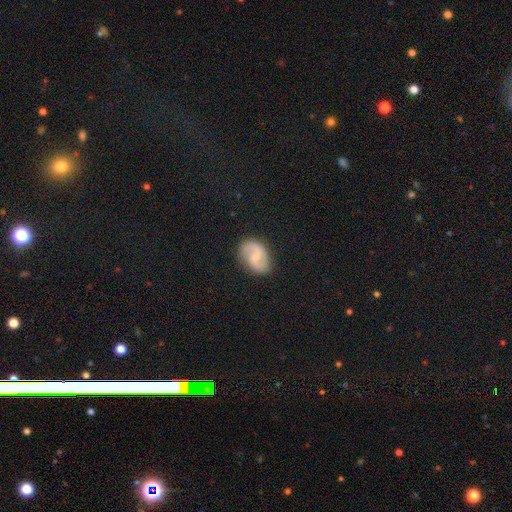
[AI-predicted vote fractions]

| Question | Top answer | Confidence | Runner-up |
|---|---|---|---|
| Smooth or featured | featured or disk | 74% | smooth (20%) |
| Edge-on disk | no | 98% | yes (2%) |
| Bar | weak | 53% | no (38%) |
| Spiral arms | yes | 95% | no (5%) |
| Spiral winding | medium | 50% | loose (32%) |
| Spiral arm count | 2 | 91% | can't tell (4%) |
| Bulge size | small | 49% | moderate (25%) |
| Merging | none | 81% | minor disturbance (14%) |